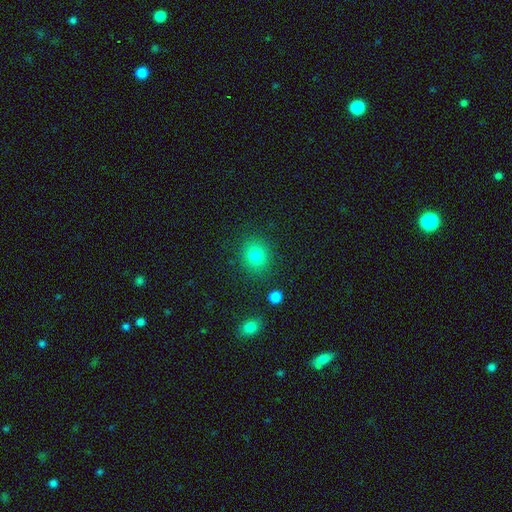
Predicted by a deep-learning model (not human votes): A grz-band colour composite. It shows a smooth galaxy with no disk features (82%) that is round (82%). Merging: none (86%).